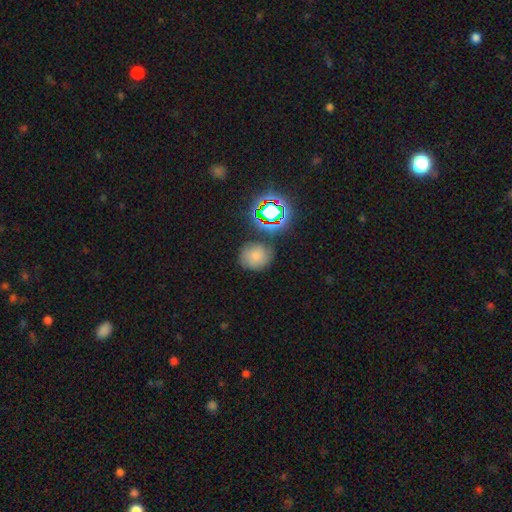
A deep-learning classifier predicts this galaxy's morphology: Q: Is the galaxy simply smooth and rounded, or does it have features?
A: smooth — 67%.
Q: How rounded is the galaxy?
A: round — 79%.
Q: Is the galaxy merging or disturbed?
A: none — 73%.